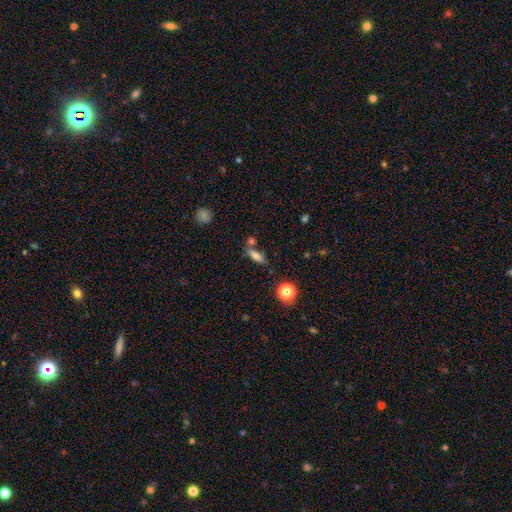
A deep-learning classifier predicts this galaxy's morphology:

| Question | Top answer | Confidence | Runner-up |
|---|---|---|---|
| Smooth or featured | smooth | 72% | featured or disk (16%) |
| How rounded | in between | 61% | cigar-shaped (33%) |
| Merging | none | 62% | merger (19%) |